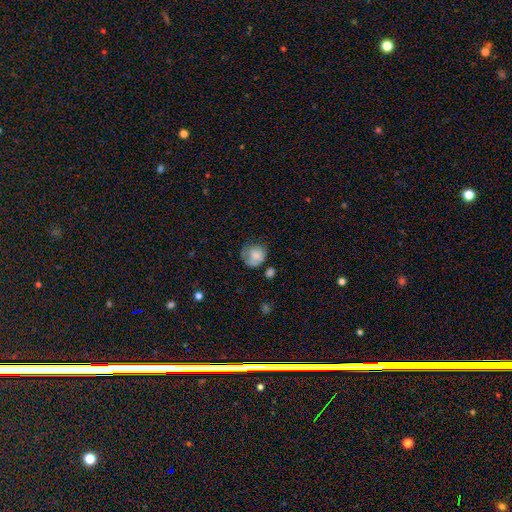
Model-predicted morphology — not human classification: Smooth or featured? smooth (70%)
How rounded? round (75%)
Merging? none (44%)